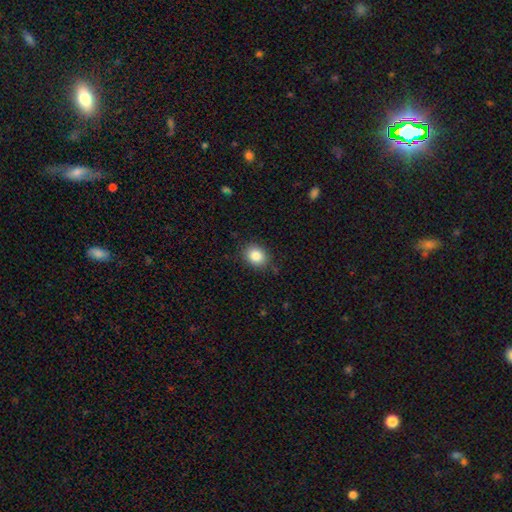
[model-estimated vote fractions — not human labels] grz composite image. It shows a smooth galaxy with no disk features (85%) that is round (51%). Merging: none (84%).